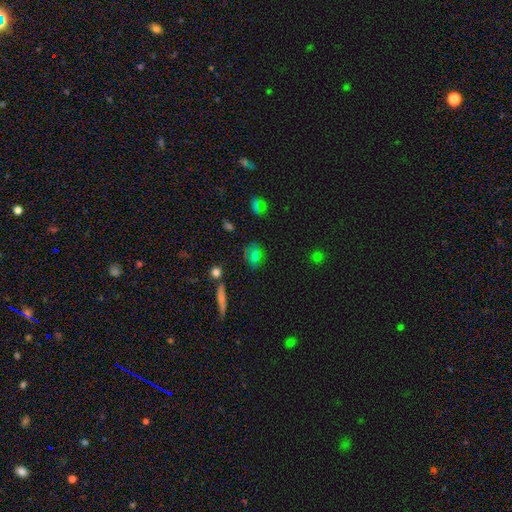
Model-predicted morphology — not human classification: Smooth or featured? Predicted: smooth (p=0.62). How rounded? Predicted: in between (p=0.68). Merging? Predicted: none (p=0.65).